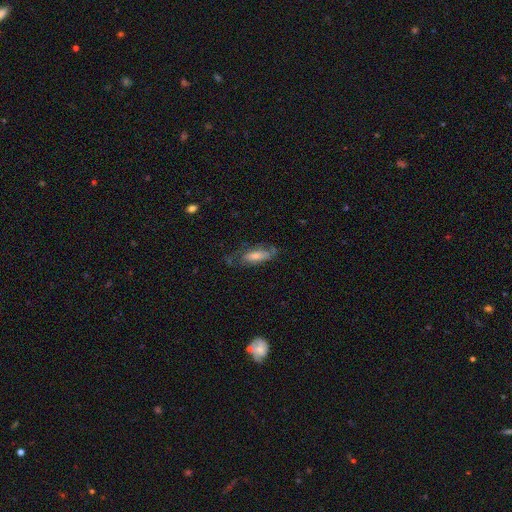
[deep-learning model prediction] Smooth or featured? Predicted: featured or disk (p=0.48). Merging? Predicted: none (p=0.61).